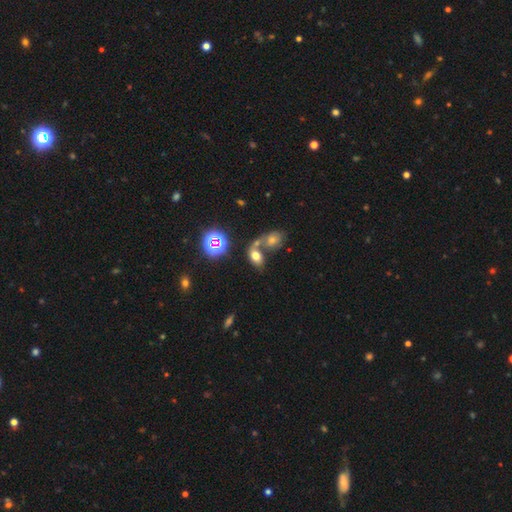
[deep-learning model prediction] smooth_or_featured: smooth (p=0.62) [alt: star or artifact p=0.20]
how_rounded: in between (p=0.80) [alt: round p=0.18]
merging: merger (p=0.56) [alt: none p=0.30]